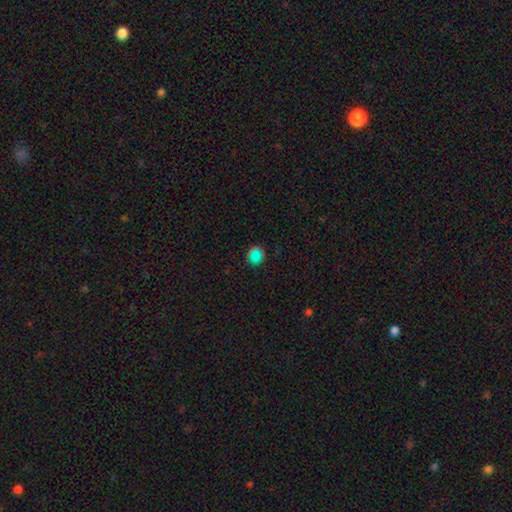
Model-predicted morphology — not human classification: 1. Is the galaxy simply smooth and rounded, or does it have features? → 64% smooth, 24% star or artifact, 12% featured or disk.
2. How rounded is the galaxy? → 85% round, 14% in between, 1% cigar-shaped.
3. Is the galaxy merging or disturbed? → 82% none, 12% minor disturbance, 4% major disturbance, 2% merger.